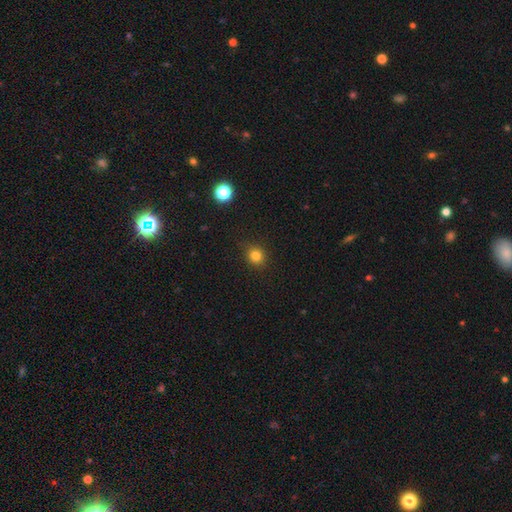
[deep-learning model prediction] A smooth galaxy with no disk features (81%) that is round (86%).

Vote fractions:
- Smooth or featured? smooth: 81% / star or artifact: 14% / featured or disk: 5%
- How rounded? round: 86% / in between: 13% / cigar-shaped: 1%
- Merging? none: 90% / minor disturbance: 7% / major disturbance: 2% / merger: 1%